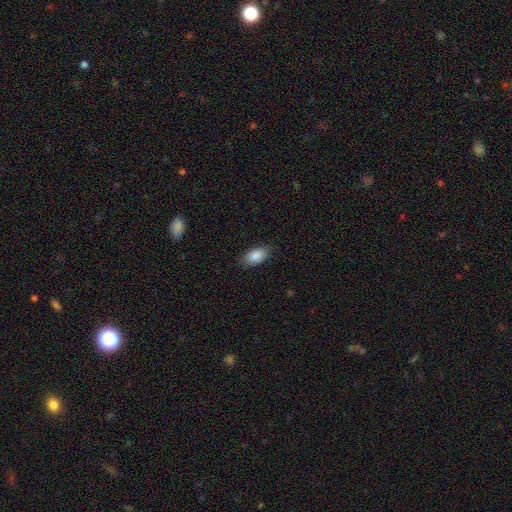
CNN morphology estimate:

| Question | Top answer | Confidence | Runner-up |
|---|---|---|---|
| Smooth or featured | smooth | 86% | featured or disk (7%) |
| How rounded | in between | 91% | cigar-shaped (6%) |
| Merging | none | 86% | minor disturbance (11%) |